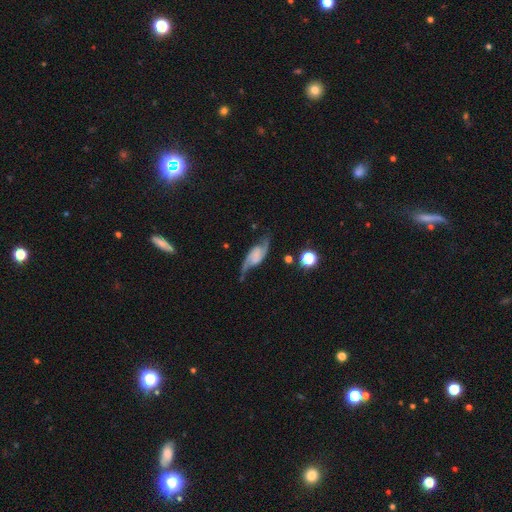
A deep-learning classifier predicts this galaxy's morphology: Smooth or featured? featured or disk (82%)
Edge-on disk? no (94%)
Bar? no (50%)
Spiral arms? yes (96%)
Spiral winding? loose (63%)
Spiral arm count? 2 (93%)
Bulge size? none (58%)
Merging? none (68%)